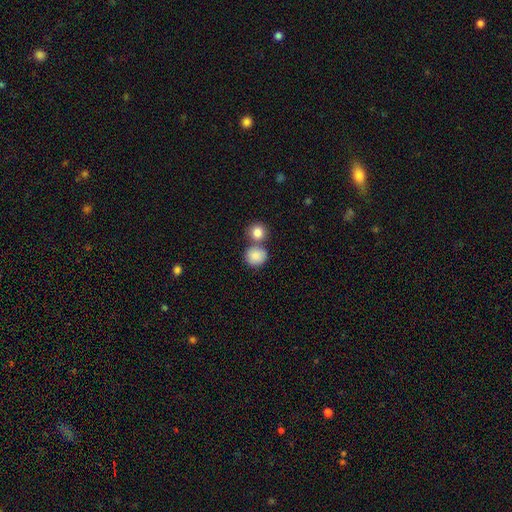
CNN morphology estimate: Overall: smooth (86%). How rounded: round (85%). Merging: none (51%; merger 37%).